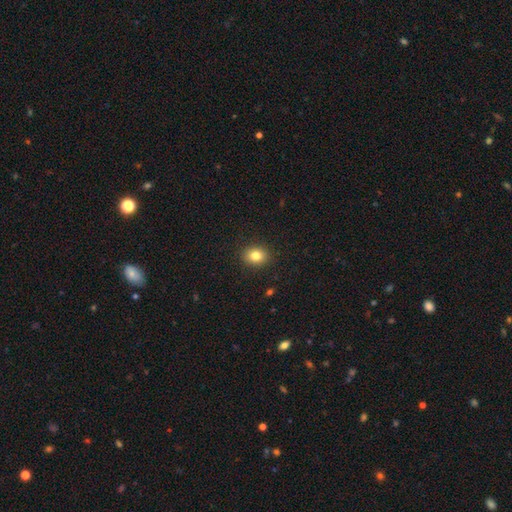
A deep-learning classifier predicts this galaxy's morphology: A smooth galaxy with no disk features (82%) that is round (52%). Merging: none (91%).